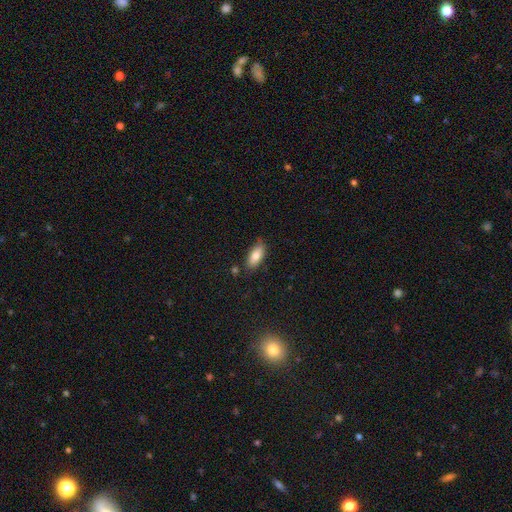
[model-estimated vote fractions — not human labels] Smooth or featured? Predicted: smooth (p=0.81). How rounded? Predicted: in between (p=0.86). Merging? Predicted: none (p=0.77).